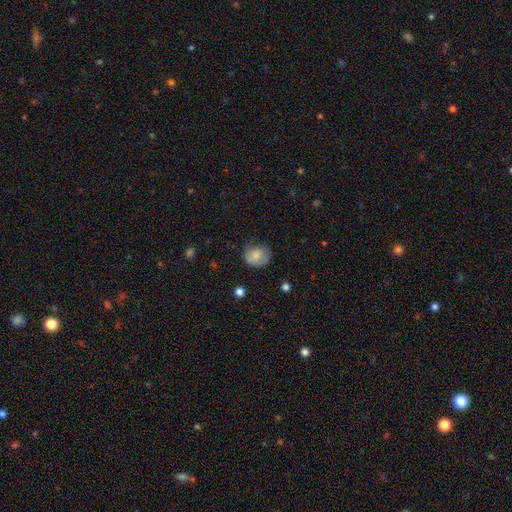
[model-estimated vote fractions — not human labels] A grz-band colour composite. It shows a smooth galaxy with no disk features (77%) that is round (65%). Merging: none (57%).